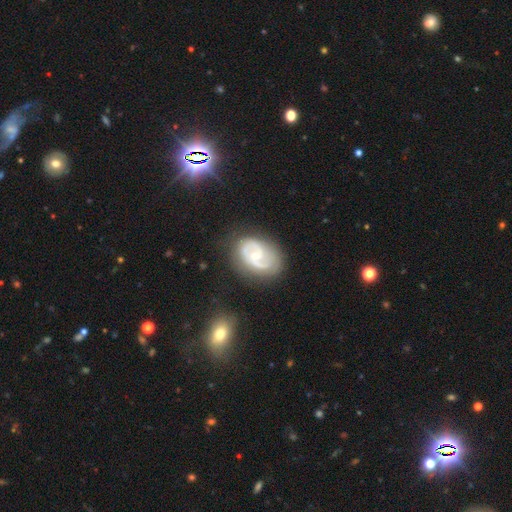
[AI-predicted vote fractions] A featured or disk galaxy (81%) with no bar (55%), 2 (73%) medium (44%) spiral arms (88%) and a small central bulge (48%, tied with moderate). Merging: none (74%).